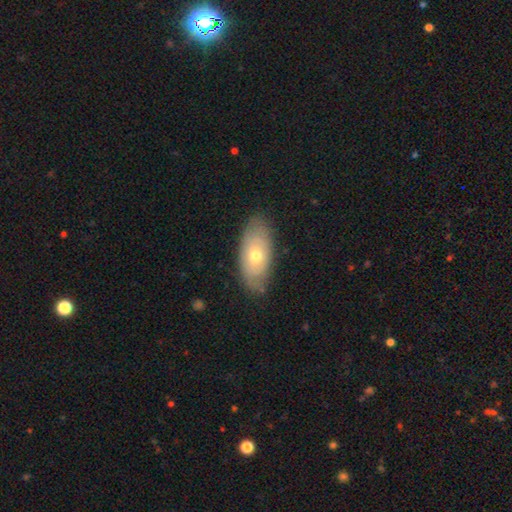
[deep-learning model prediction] smooth 48%, featured or disk 45%, star or artifact 7%. Down the decision tree: merging — none (76%).